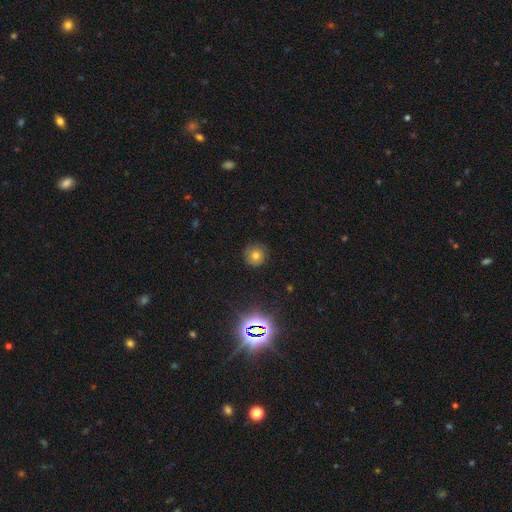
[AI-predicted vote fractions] Morphology: type=smooth (67%); roundness=round (95%); merging=none (87%).